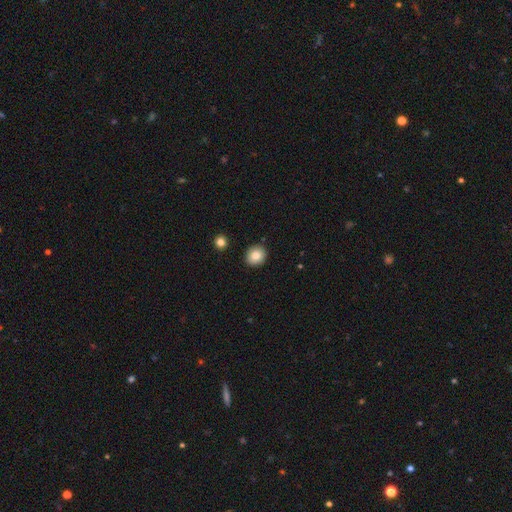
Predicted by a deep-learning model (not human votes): Smooth or featured: smooth — 84% (star or artifact — 9%)
How rounded: round — 81% (in between — 18%)
Merging: none — 91% (minor disturbance — 6%)